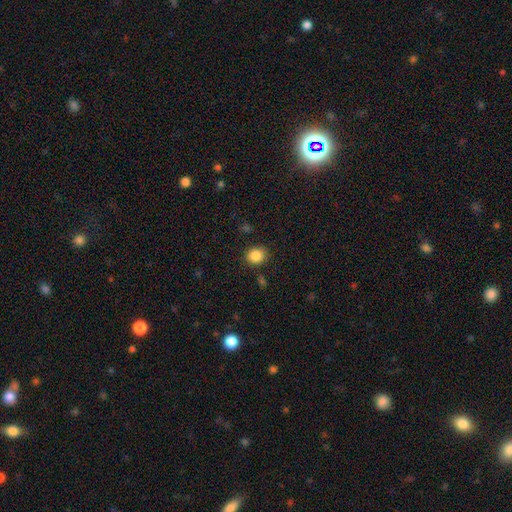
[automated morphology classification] Smooth or featured? smooth (87%)
How rounded? round (75%)
Merging? none (85%)